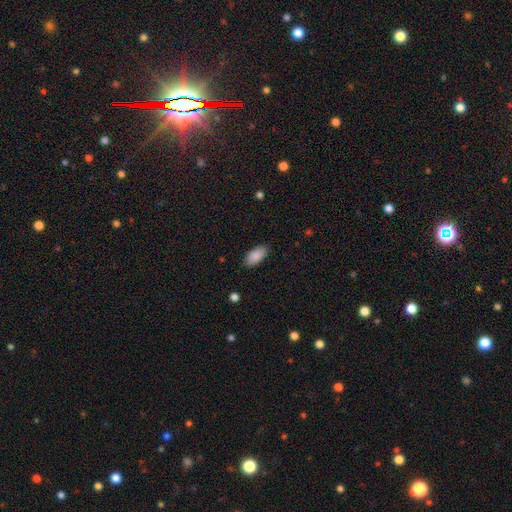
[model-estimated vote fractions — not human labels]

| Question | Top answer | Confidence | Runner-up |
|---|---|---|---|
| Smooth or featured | smooth | 87% | star or artifact (7%) |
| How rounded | in between | 92% | cigar-shaped (6%) |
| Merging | none | 87% | minor disturbance (10%) |